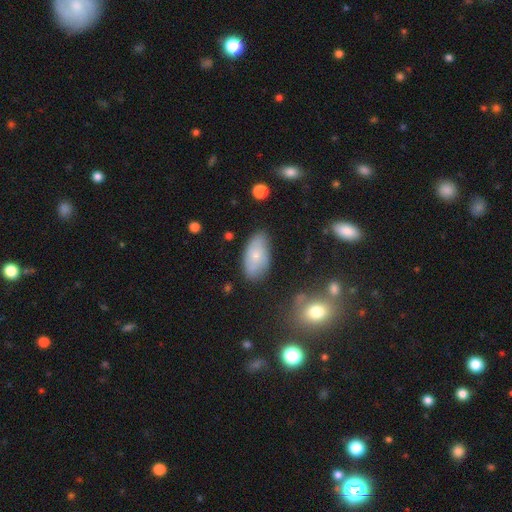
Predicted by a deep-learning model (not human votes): A smooth galaxy with no disk features (64%) that is in between round and cigar-shaped (93%).

Vote fractions:
- Smooth or featured? smooth: 64% / featured or disk: 28% / star or artifact: 8%
- How rounded? in between: 93% / round: 4% / cigar-shaped: 3%
- Merging? none: 73% / minor disturbance: 20% / major disturbance: 5% / merger: 2%